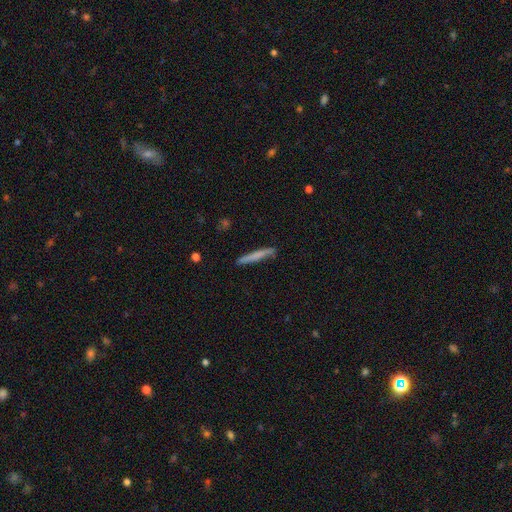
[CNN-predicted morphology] A smooth galaxy with no disk features (66%) that is cigar-shaped (96%). Merging: none (87%).